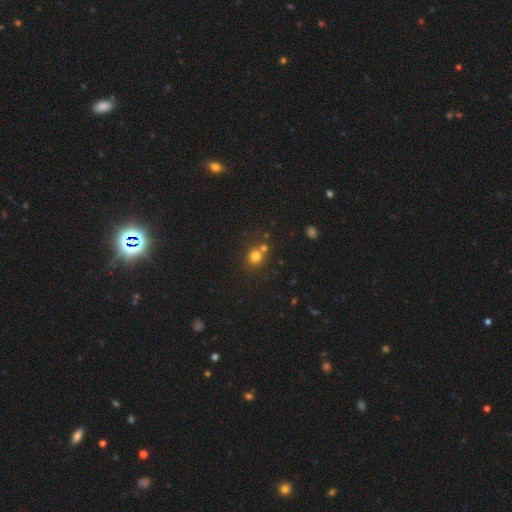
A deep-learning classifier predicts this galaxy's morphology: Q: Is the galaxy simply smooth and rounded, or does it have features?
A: smooth — 76%.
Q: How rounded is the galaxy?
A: round — 86%.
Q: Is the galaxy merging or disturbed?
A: none — 63%.